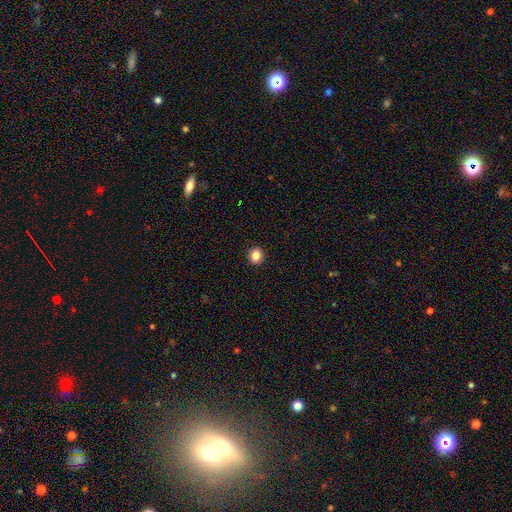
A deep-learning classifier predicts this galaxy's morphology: The model was most divided on "how rounded": round: 86%, in between: 13%, cigar-shaped: 1%. More confident: merging — none (93%); smooth or featured — smooth (85%).